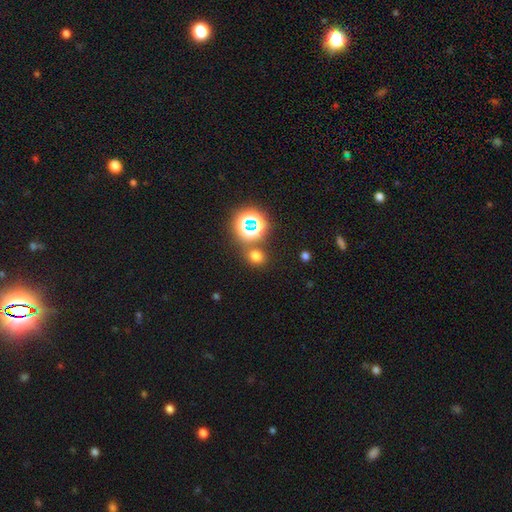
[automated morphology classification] Smooth or featured: smooth — 64% (star or artifact — 30%)
How rounded: round — 74% (in between — 25%)
Merging: none — 77% (merger — 10%)